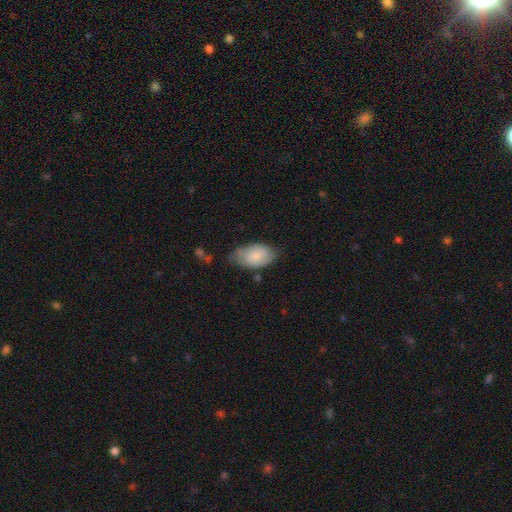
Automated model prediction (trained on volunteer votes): Smooth or featured? smooth (72%)
How rounded? in between (93%)
Merging? none (57%)